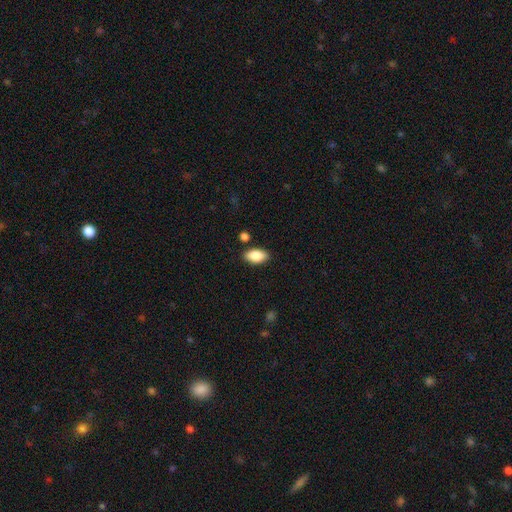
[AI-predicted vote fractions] Overall: smooth (87%). How rounded: in between (92%). Merging: none (85%).